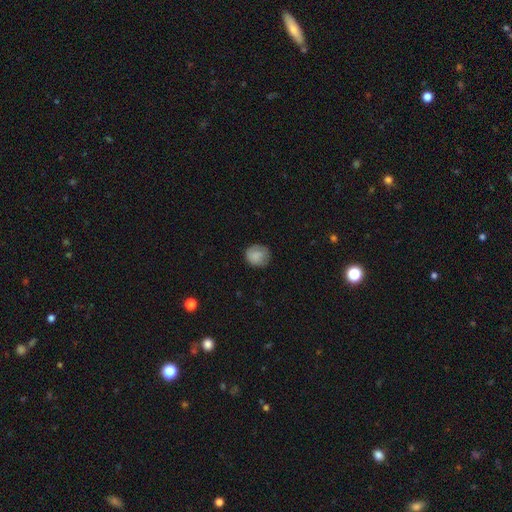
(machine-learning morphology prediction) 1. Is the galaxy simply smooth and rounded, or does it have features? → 81% smooth, 11% featured or disk, 8% star or artifact.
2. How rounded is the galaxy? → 84% round, 16% in between, 1% cigar-shaped.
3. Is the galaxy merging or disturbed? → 78% none, 17% minor disturbance, 5% major disturbance, 1% merger.